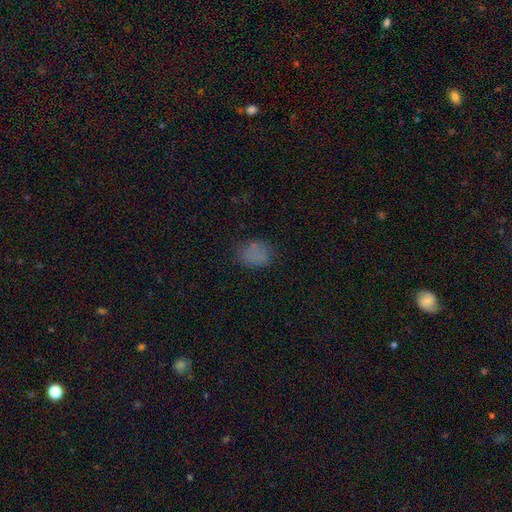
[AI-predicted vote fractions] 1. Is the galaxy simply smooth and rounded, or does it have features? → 75% smooth, 17% star or artifact, 8% featured or disk.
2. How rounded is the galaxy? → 71% in between, 28% round, 1% cigar-shaped.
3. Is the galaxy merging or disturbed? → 73% none, 18% minor disturbance, 6% major disturbance, 2% merger.